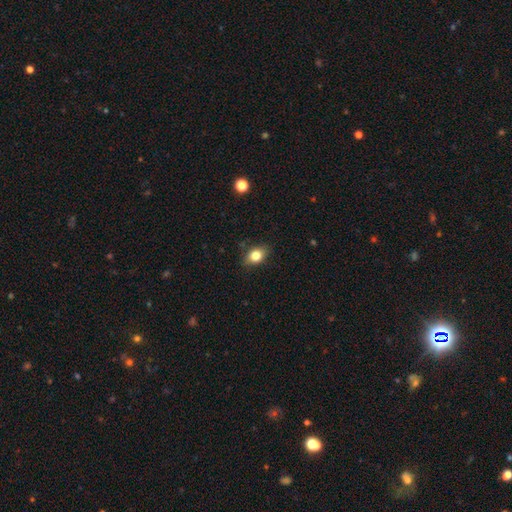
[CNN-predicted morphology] Smooth or featured? smooth (80%)
How rounded? in between (76%)
Merging? none (84%)